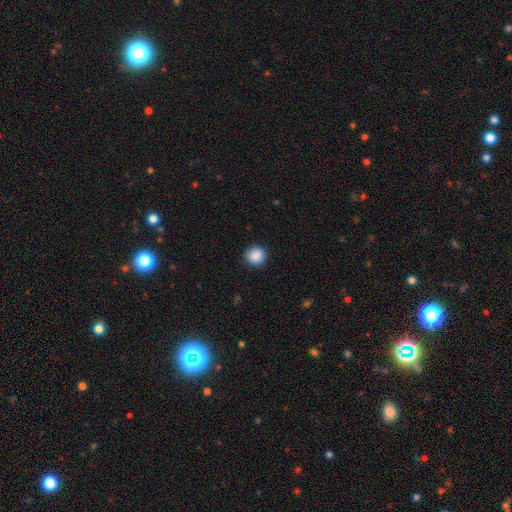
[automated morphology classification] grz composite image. It shows a smooth galaxy with no disk features (89%) that is round (94%). Merging: none (92%).